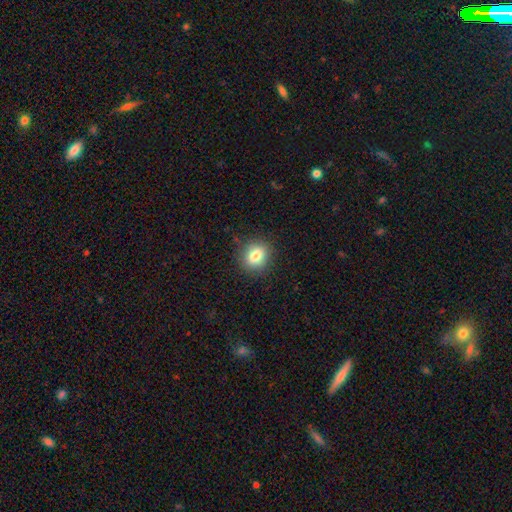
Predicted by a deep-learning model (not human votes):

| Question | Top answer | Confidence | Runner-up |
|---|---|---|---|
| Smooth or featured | smooth | 81% | star or artifact (10%) |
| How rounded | round | 66% | in between (33%) |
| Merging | none | 87% | minor disturbance (9%) |